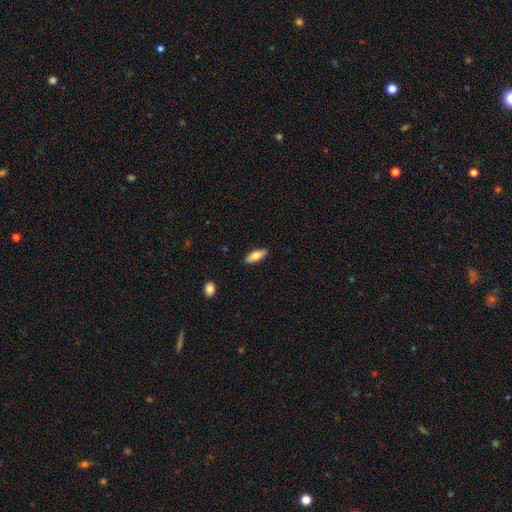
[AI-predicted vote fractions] smooth 77%, featured or disk 16%, star or artifact 6%. Down the decision tree: how rounded — in between (68%); merging — none (89%).